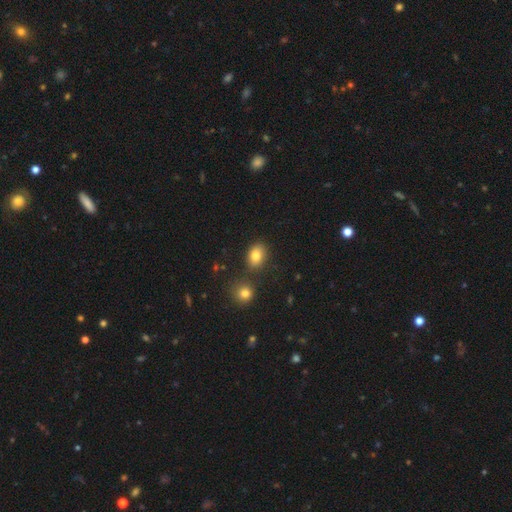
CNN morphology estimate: smooth 81%, star or artifact 10%, featured or disk 8%. Down the decision tree: how rounded — in between (67%); merging — none (77%).